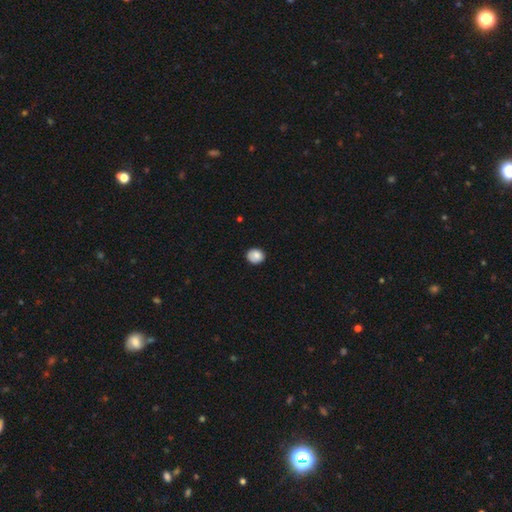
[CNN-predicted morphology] This appears to be a smooth galaxy with no disk features (84%) that is round (74%). Merging: none (84%).